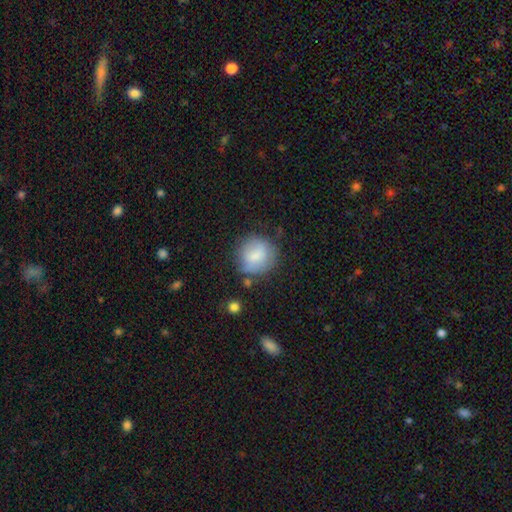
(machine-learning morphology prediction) This is likely a smooth galaxy (75%). How rounded: clearly round (86%). Merging: likely none (64%).